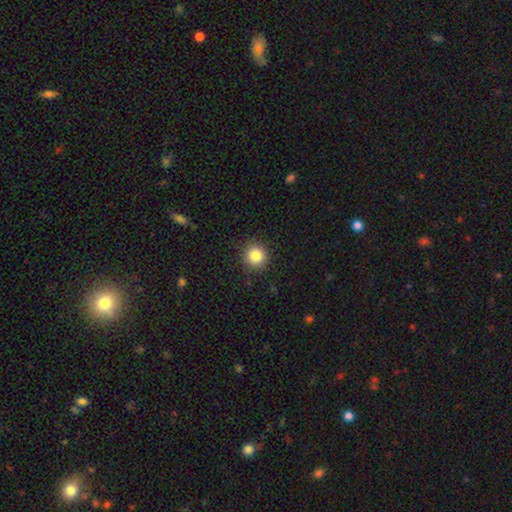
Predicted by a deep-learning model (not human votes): This is clearly a smooth galaxy (84%). How rounded: clearly round (94%). Merging: clearly none (90%).